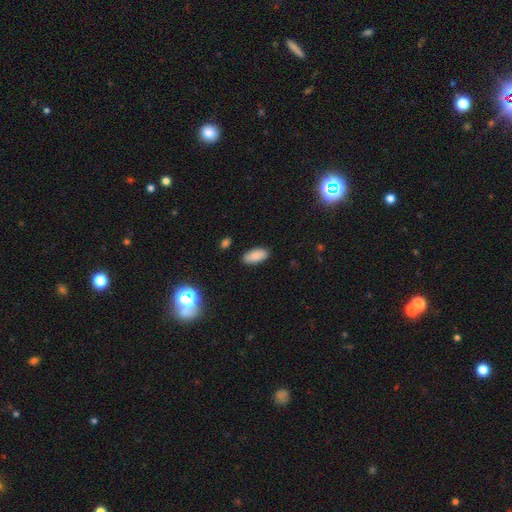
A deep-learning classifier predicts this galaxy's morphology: smooth 86%, star or artifact 8%, featured or disk 6%. Down the decision tree: how rounded — in between (92%); merging — none (87%).